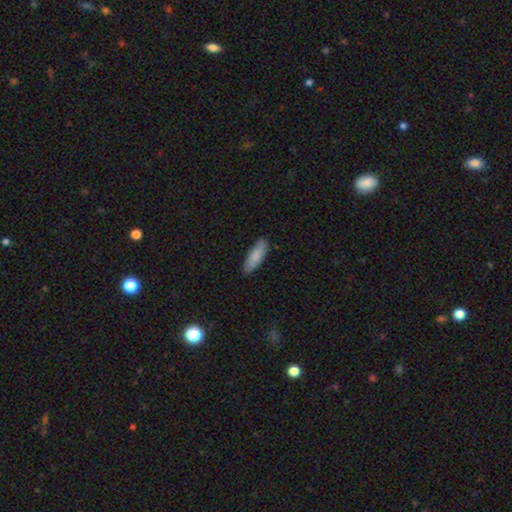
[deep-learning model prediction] A smooth galaxy with no disk features (86%) that is cigar-shaped (50%). Merging: none (86%).